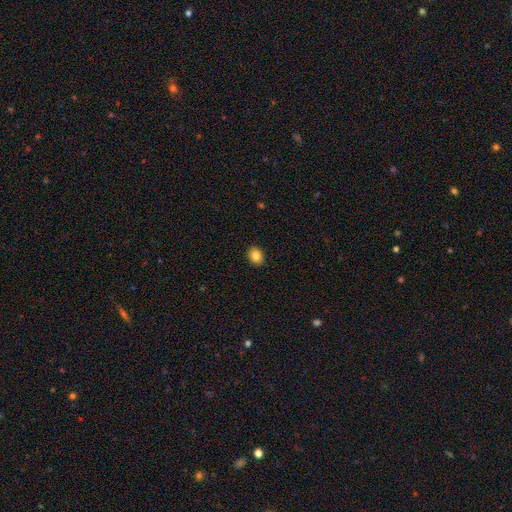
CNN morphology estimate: type=smooth (84%); roundness=in between (56%); merging=none (90%).